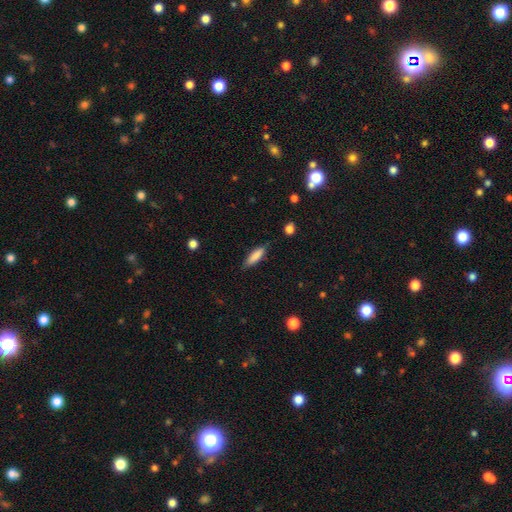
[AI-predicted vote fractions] A smooth galaxy with no disk features (81%) that is cigar-shaped (59%).

Vote fractions:
- Smooth or featured? smooth: 81% / featured or disk: 12% / star or artifact: 7%
- How rounded? cigar-shaped: 59% / in between: 40% / round: 2%
- Merging? none: 79% / minor disturbance: 17% / major disturbance: 3% / merger: 2%